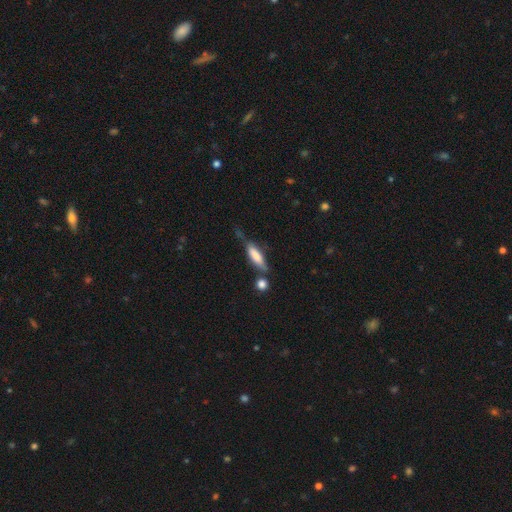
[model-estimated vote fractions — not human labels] smooth 65%, featured or disk 28%, star or artifact 7%. Down the decision tree: how rounded — cigar-shaped (56%); merging — none (47%).